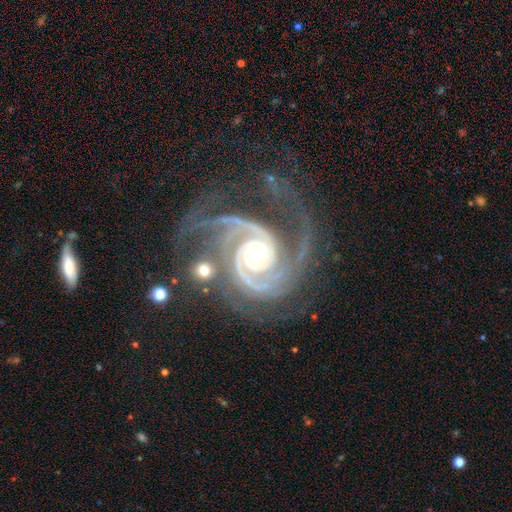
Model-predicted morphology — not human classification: Q: Smooth or featured?
A: featured or disk (93%); runner-up: star or artifact (5%)
Q: Edge-on disk?
A: no (98%); runner-up: yes (2%)
Q: Bar?
A: no (63%); runner-up: weak (23%)
Q: Spiral arms?
A: yes (99%); runner-up: no (1%)
Q: Spiral winding?
A: tight (64%); runner-up: medium (32%)
Q: Spiral arm count?
A: 3 (44%); runner-up: 2 (33%)
Q: Bulge size?
A: moderate (63%); runner-up: small (27%)
Q: Merging?
A: none (60%); runner-up: minor disturbance (20%)